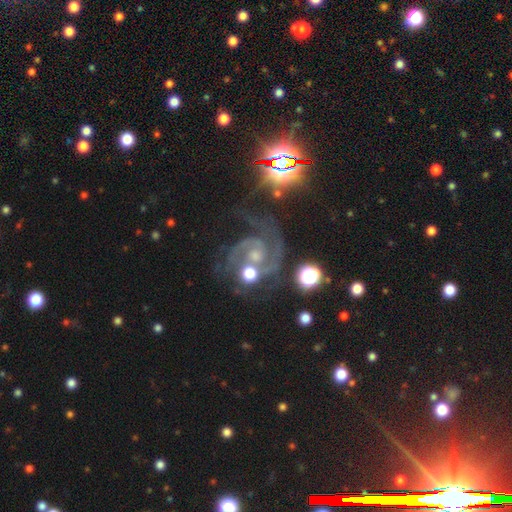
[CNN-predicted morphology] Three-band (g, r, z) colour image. It shows a featured or disk galaxy (83%) with no bar (59%), 2 (77%) medium (51%) spiral arms (97%) and a moderate central bulge (43%). Merging: none (49%).